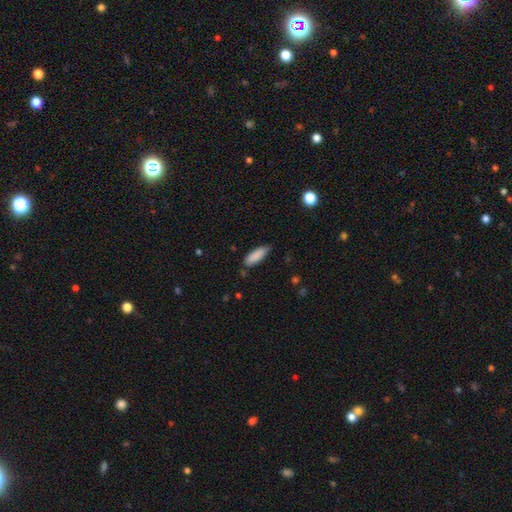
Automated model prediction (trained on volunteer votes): This is clearly a smooth galaxy (88%). How rounded: likely in between (61%). Merging: likely none (77%).